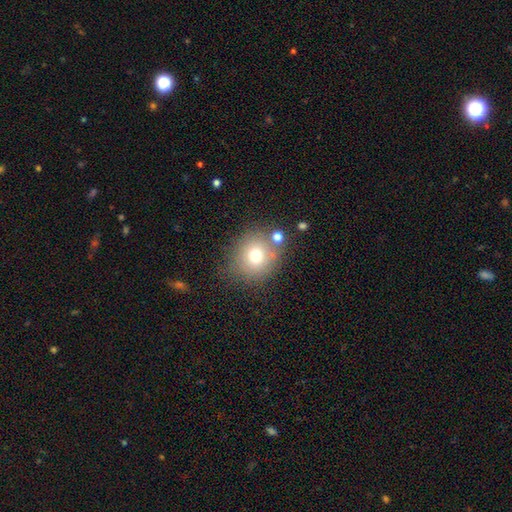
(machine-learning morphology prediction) smooth 71%, star or artifact 15%, featured or disk 14%. Down the decision tree: how rounded — round (81%); merging — none (72%).